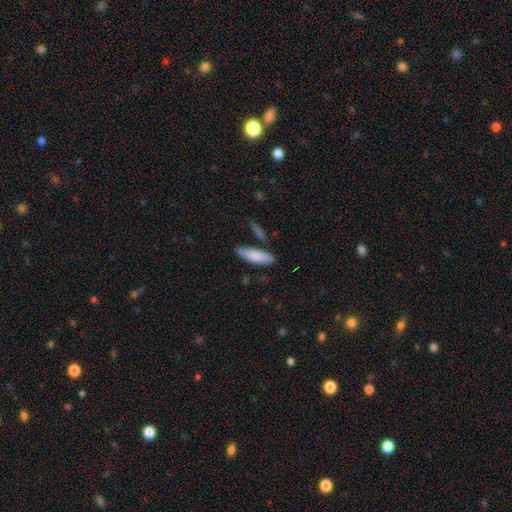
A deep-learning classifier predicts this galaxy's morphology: This is clearly a smooth galaxy (85%). How rounded: possibly in between (51%). Merging: likely none (78%).